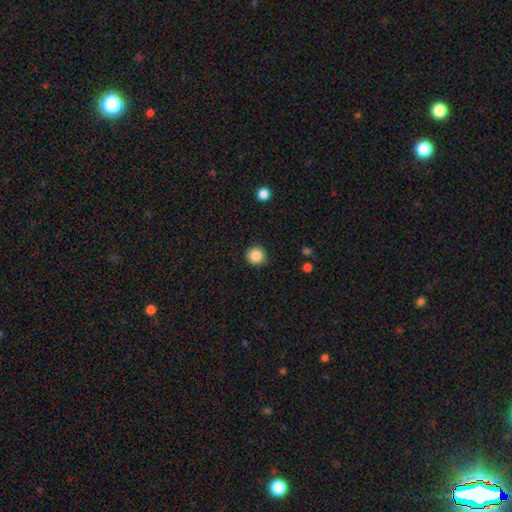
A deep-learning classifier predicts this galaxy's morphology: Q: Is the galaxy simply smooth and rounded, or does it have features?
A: smooth — 86%.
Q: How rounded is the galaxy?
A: round — 95%.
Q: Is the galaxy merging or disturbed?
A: none — 91%.